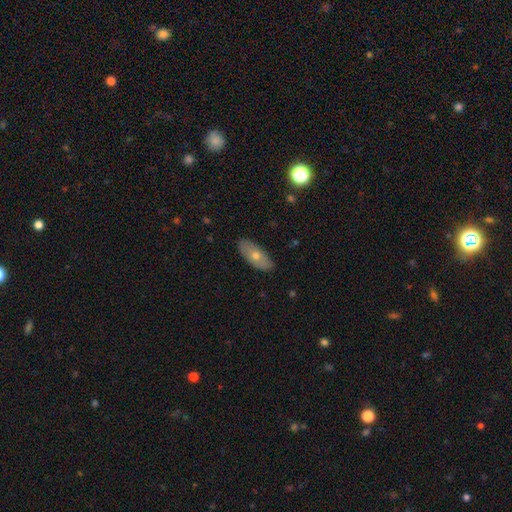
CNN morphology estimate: smooth 57%, featured or disk 35%, star or artifact 8%. Down the decision tree: how rounded — in between (84%); merging — none (86%).